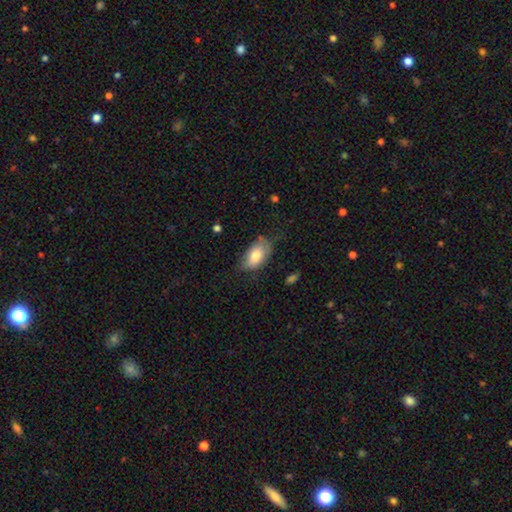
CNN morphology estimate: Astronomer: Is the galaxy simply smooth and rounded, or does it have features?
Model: smooth — 78%.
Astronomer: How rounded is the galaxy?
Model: in between — 93%.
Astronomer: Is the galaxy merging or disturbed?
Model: none — 61%.